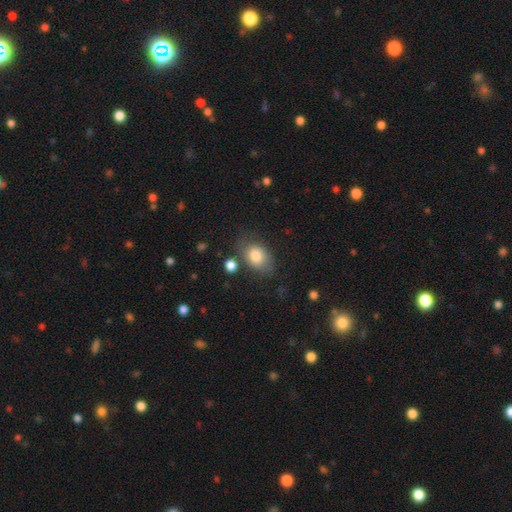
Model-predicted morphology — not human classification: A smooth galaxy with no disk features (80%) that is in between round and cigar-shaped (75%). Merging: none (65%).